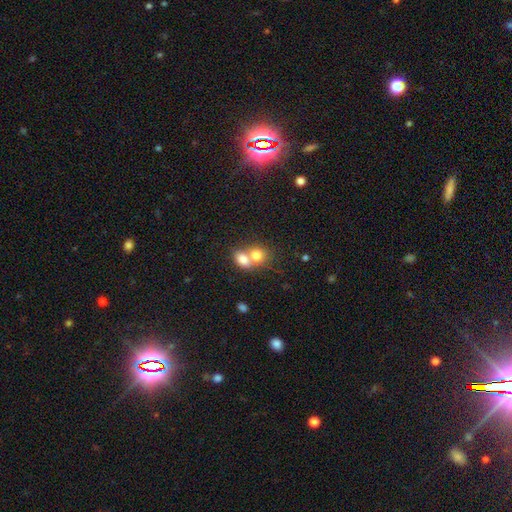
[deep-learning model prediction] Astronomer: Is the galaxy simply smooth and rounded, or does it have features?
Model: smooth — 77%.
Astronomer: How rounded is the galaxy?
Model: round — 56% (runner-up: in between, 43%).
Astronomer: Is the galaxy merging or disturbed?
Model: merger — 70%.